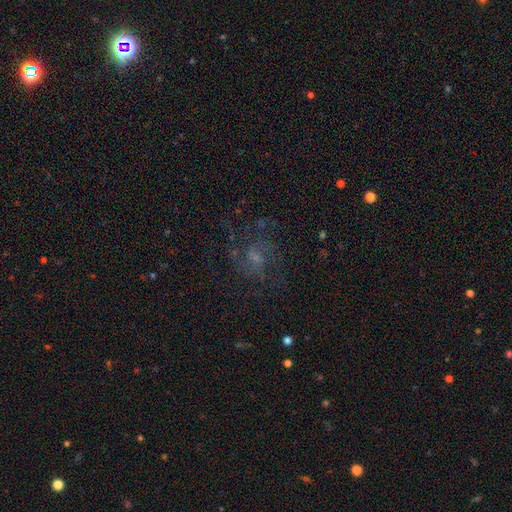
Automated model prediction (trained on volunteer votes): Smooth or featured: featured or disk — 65% (smooth — 19%)
Edge-on disk: no — 97% (yes — 3%)
Bar: weak — 47% (no — 44%)
Spiral arms: yes — 85% (no — 15%)
Spiral winding: medium — 53% (loose — 26%)
Spiral arm count: 2 — 43% (can't tell — 29%)
Bulge size: small — 49% (moderate — 26%)
Merging: none — 62% (major disturbance — 20%)